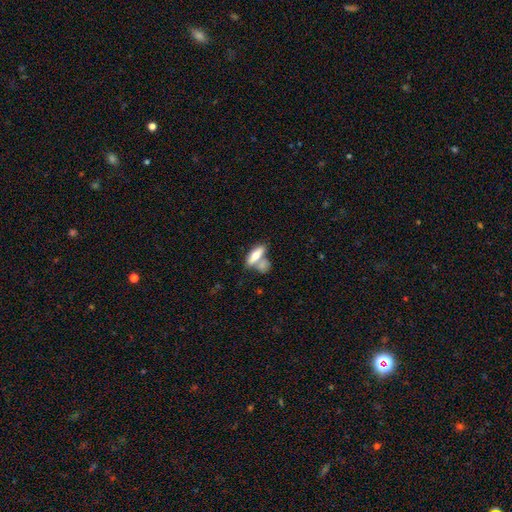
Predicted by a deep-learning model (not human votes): This appears to be a smooth galaxy with no disk features (67%) that is in between round and cigar-shaped (66%). Merging: merger (41%, tied with none).